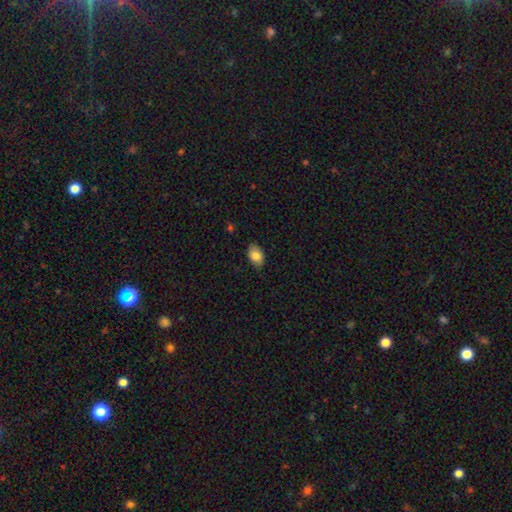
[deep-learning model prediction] Smooth or featured? smooth (84%)
How rounded? in between (89%)
Merging? none (84%)